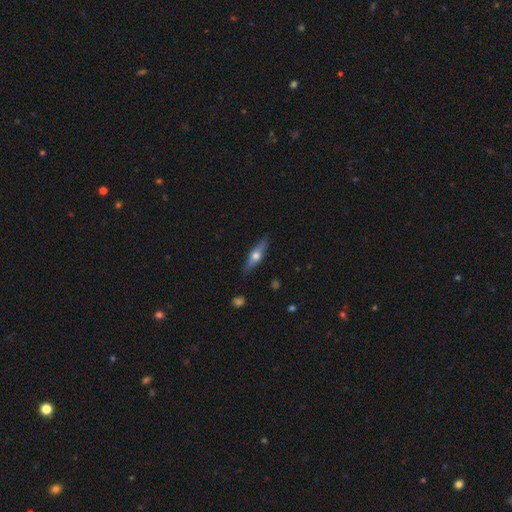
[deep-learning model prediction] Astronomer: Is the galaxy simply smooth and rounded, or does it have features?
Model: featured or disk — 52% (runner-up: smooth, 42%).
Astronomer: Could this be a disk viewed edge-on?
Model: yes — 89%.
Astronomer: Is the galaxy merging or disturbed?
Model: none — 86%.